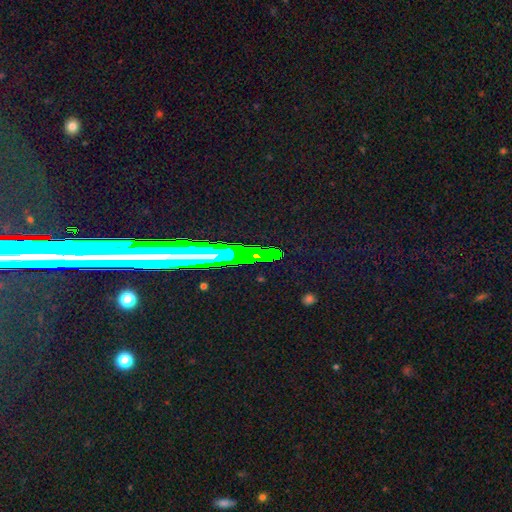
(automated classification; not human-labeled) A star or artifact, not a galaxy (66%).

Vote fractions:
- Smooth or featured? star or artifact: 66% / smooth: 19% / featured or disk: 15%